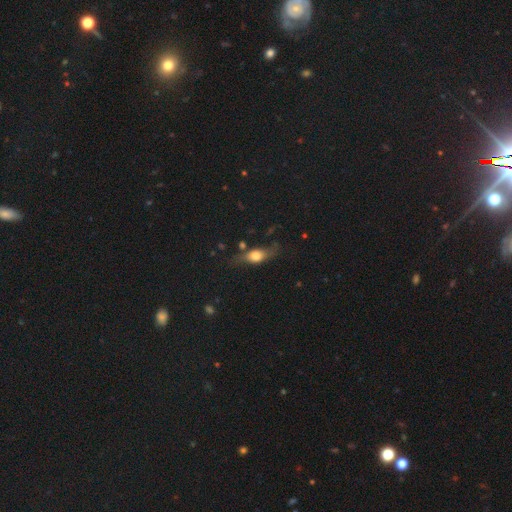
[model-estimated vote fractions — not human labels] Smooth or featured: smooth — 54% (featured or disk — 37%)
How rounded: in between — 63% (cigar-shaped — 24%)
Merging: none — 59% (minor disturbance — 25%)